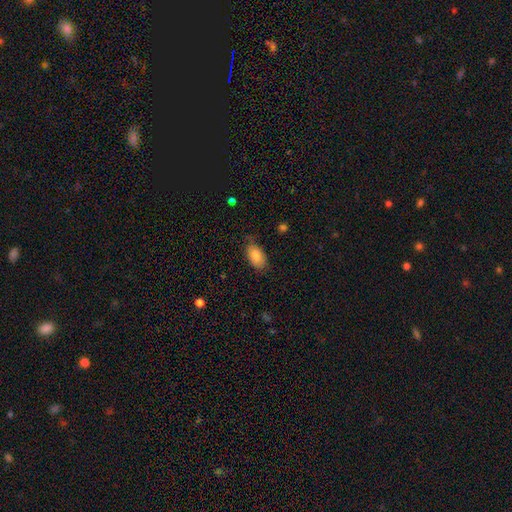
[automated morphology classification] Q: Smooth or featured?
A: smooth (87%); runner-up: star or artifact (7%)
Q: How rounded?
A: in between (93%); runner-up: round (5%)
Q: Merging?
A: none (74%); runner-up: minor disturbance (20%)